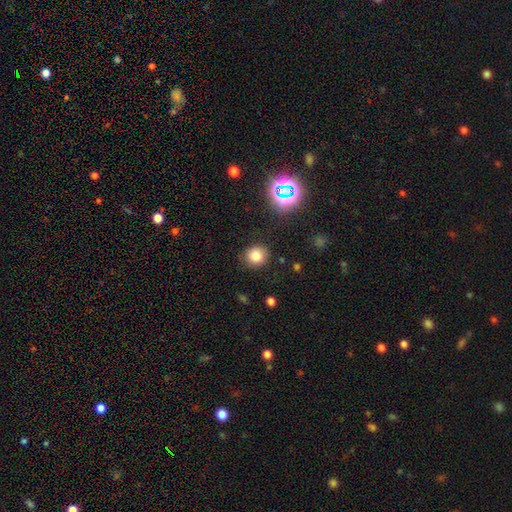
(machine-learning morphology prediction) A smooth galaxy with no disk features (79%) that is round (84%). Merging: none (85%).